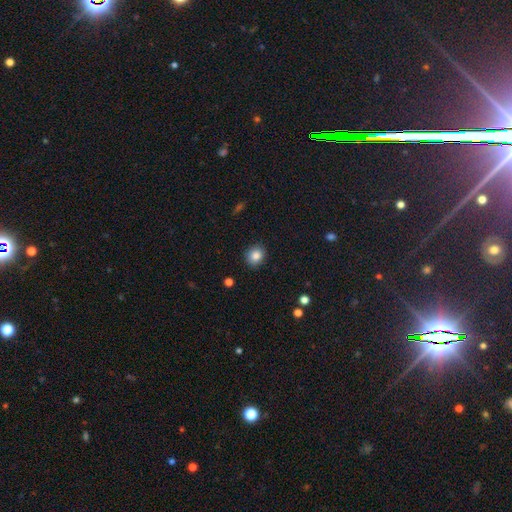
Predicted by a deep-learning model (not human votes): Q: Smooth or featured?
A: smooth (85%); runner-up: star or artifact (10%)
Q: How rounded?
A: round (71%); runner-up: in between (28%)
Q: Merging?
A: none (89%); runner-up: minor disturbance (8%)